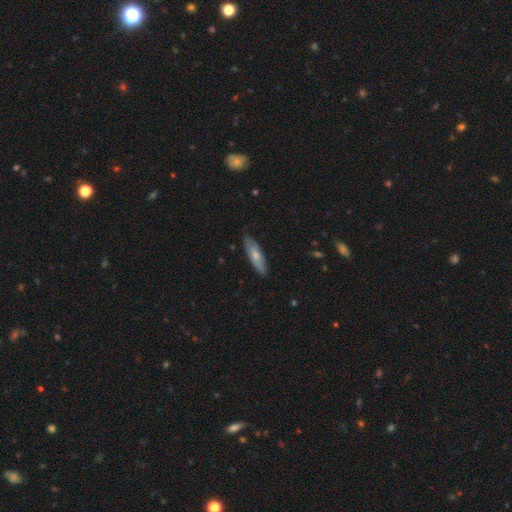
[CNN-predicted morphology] Q: Smooth or featured?
A: smooth (65%); runner-up: featured or disk (30%)
Q: How rounded?
A: cigar-shaped (59%); runner-up: in between (40%)
Q: Merging?
A: none (84%); runner-up: minor disturbance (13%)